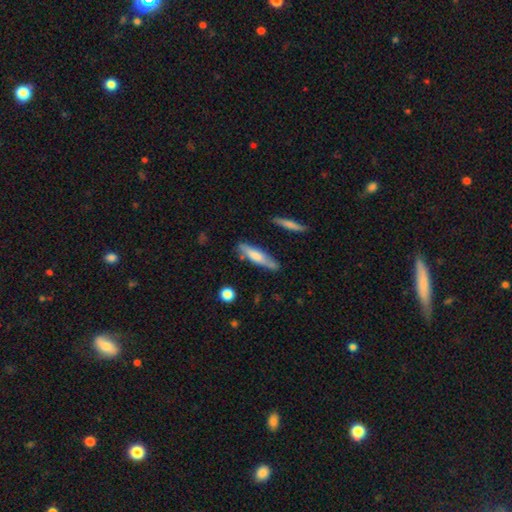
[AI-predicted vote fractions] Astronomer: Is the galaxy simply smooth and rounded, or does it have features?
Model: smooth — 60% (runner-up: featured or disk, 35%).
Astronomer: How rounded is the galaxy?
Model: cigar-shaped — 78%.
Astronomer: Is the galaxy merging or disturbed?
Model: none — 76%.